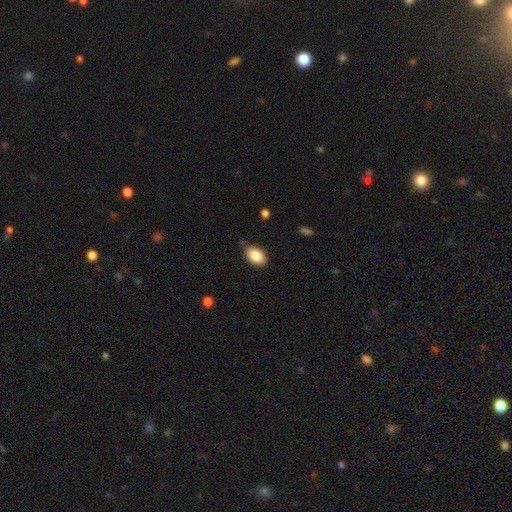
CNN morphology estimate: Smooth or featured? Predicted: smooth (p=0.86). How rounded? Predicted: in between (p=0.88). Merging? Predicted: none (p=0.82).